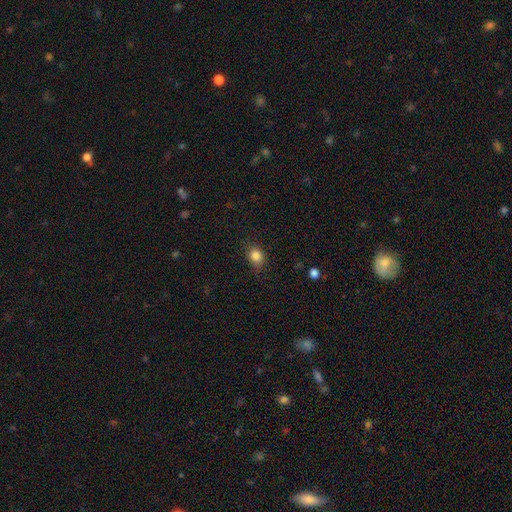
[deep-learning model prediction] This is clearly a smooth galaxy (84%). How rounded: possibly round (58%). Merging: likely none (79%).